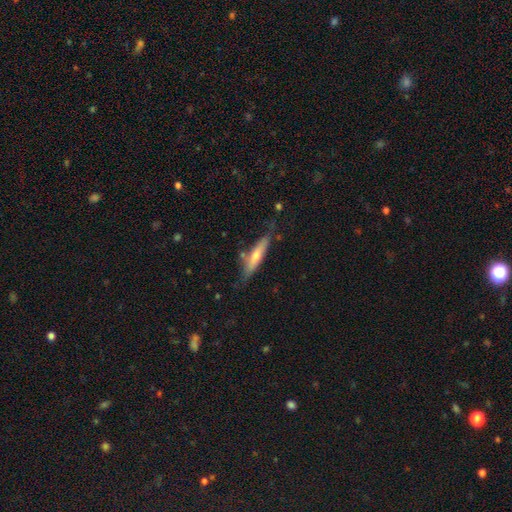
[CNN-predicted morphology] This appears to be a featured or disk galaxy (48%). Merging: none (70%).